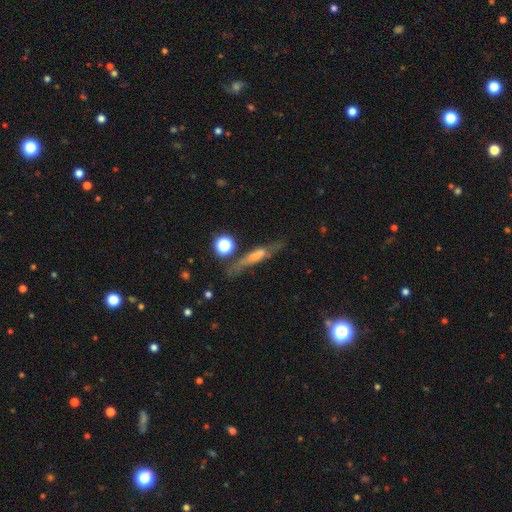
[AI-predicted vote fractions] A featured or disk galaxy (54%) viewed edge-on (78%). Merging: none (66%).